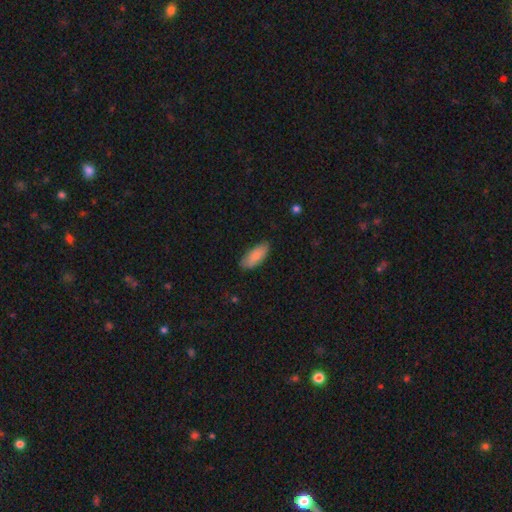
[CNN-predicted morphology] Overall: smooth (84%). How rounded: in between (81%). Merging: none (80%).